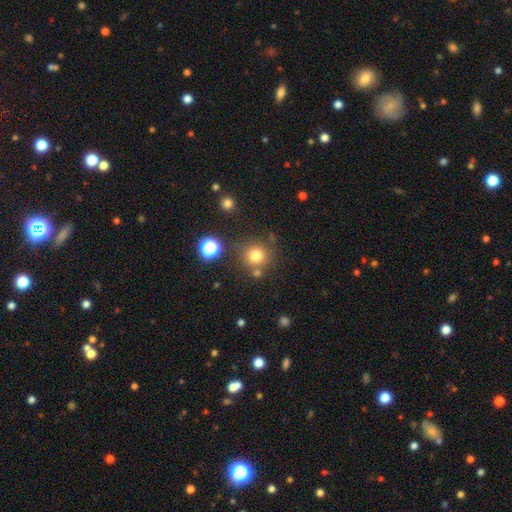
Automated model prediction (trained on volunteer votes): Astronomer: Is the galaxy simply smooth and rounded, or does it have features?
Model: smooth — 75%.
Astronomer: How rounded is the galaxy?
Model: round — 93%.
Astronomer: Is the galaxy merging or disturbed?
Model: none — 75%.